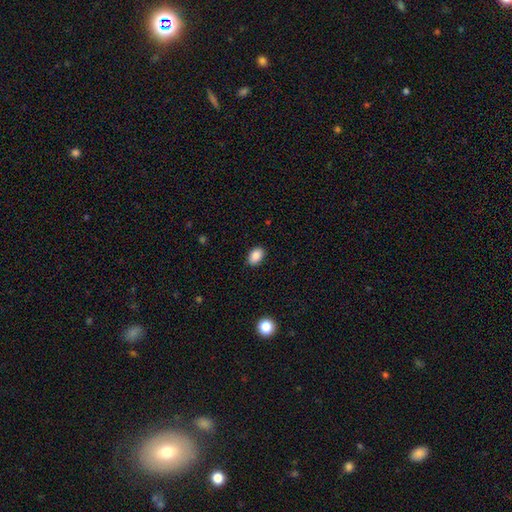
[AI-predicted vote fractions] This is clearly a smooth galaxy (88%). How rounded: clearly in between (87%). Merging: clearly none (87%).